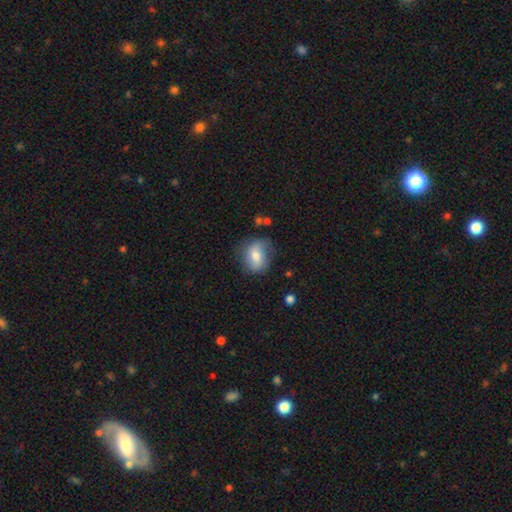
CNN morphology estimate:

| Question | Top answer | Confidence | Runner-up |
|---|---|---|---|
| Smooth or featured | smooth | 66% | featured or disk (26%) |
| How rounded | round | 51% | in between (48%) |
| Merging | none | 67% | minor disturbance (23%) |